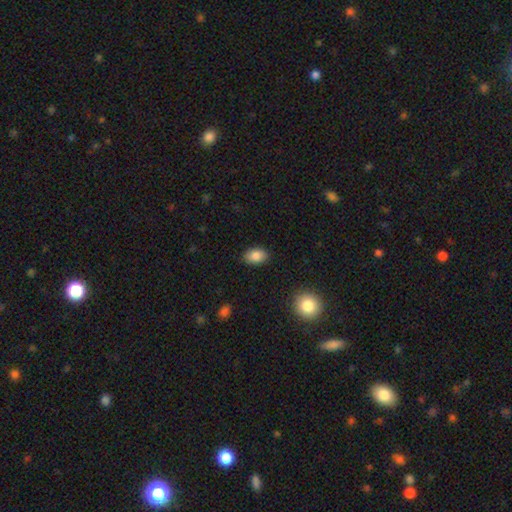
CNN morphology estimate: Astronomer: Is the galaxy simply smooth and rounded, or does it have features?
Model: smooth — 86%.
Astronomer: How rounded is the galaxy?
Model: in between — 86%.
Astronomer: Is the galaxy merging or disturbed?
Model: none — 87%.